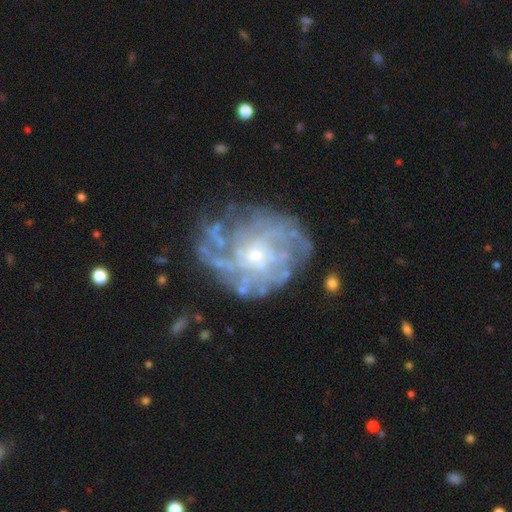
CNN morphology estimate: featured or disk 82%, smooth 10%, star or artifact 8%. Down the decision tree: edge-on disk — no (97%); bar — no (80%); spiral arms — yes (84%); spiral arm count — can't tell (43%); spiral winding — tight (56%); bulge size — small (68%); merging — none (66%).